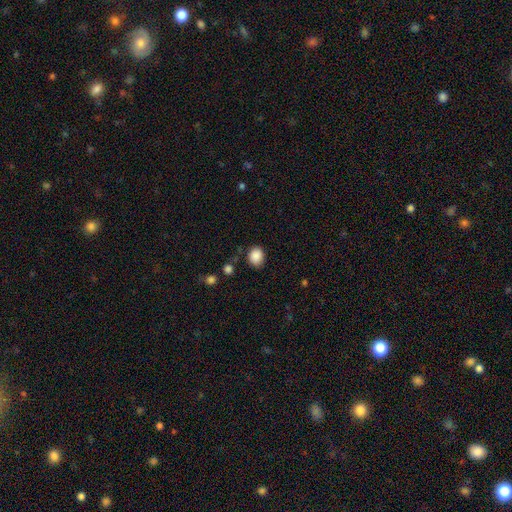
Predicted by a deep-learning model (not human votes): A smooth galaxy with no disk features (88%) that is round (54%).

Vote fractions:
- Smooth or featured? smooth: 88% / star or artifact: 9% / featured or disk: 3%
- How rounded? round: 54% / in between: 46% / cigar-shaped: 1%
- Merging? none: 79% / minor disturbance: 15% / major disturbance: 4% / merger: 3%